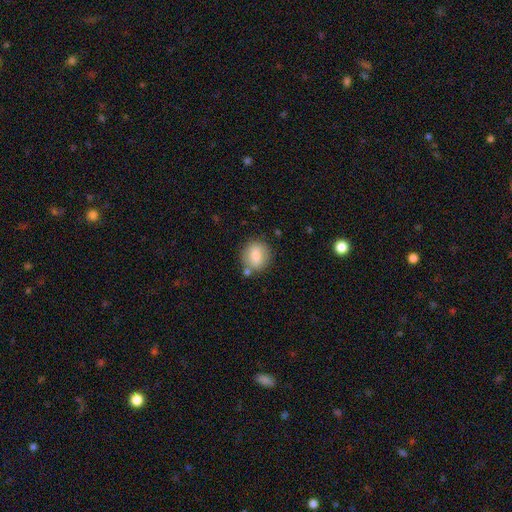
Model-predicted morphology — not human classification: Smooth or featured: smooth — 80% (featured or disk — 12%)
How rounded: round — 67% (in between — 32%)
Merging: none — 73% (minor disturbance — 14%)